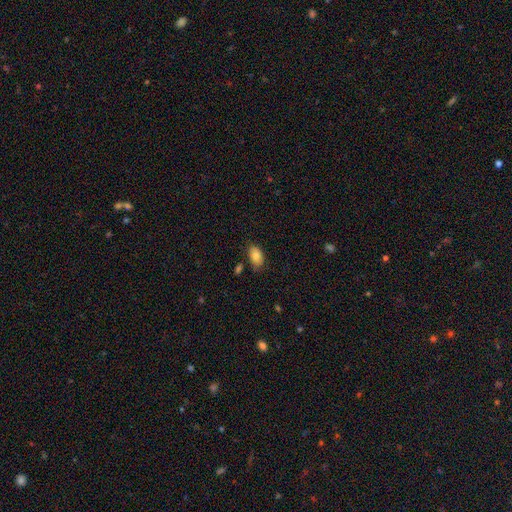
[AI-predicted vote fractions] Smooth or featured? smooth (81%)
How rounded? in between (91%)
Merging? none (71%)